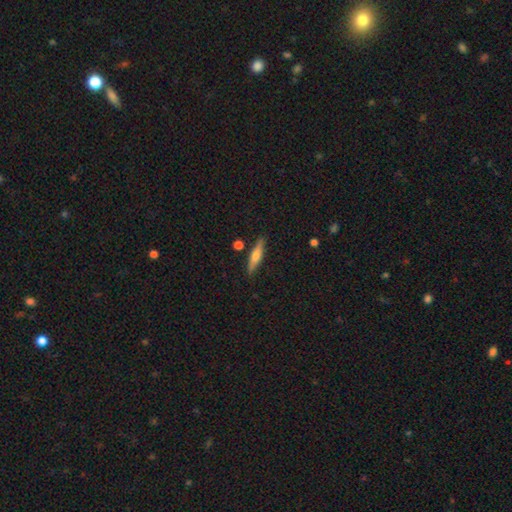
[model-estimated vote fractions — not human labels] This appears to be a smooth galaxy with no disk features (47%). Merging: none (86%).